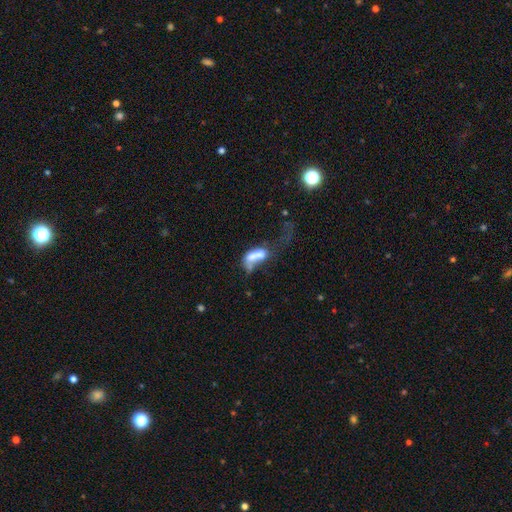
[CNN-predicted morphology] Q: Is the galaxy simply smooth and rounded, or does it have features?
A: smooth — 52%.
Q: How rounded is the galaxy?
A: in between — 77%.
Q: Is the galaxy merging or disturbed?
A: merger — 51%.